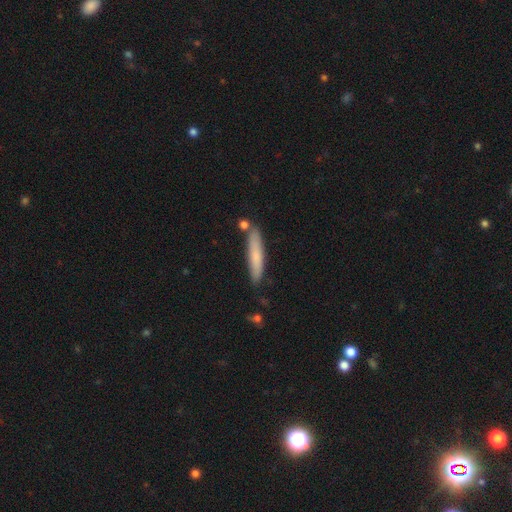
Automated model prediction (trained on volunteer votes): A smooth galaxy with no disk features (72%) that is cigar-shaped (90%). Merging: none (80%).